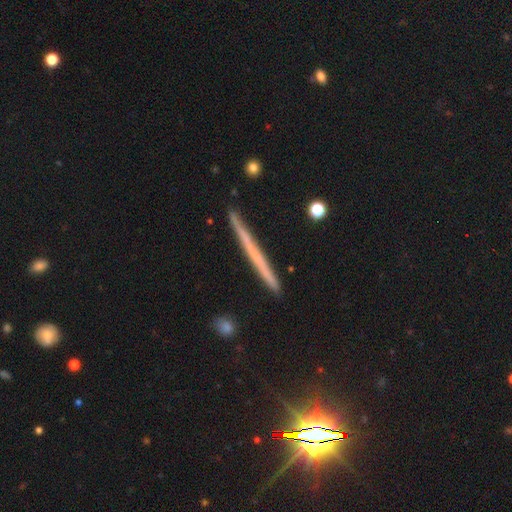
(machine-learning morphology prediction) The model was most divided on "smooth or featured": featured or disk: 48%, smooth: 39%, star or artifact: 12%. More confident: merging — none (90%).